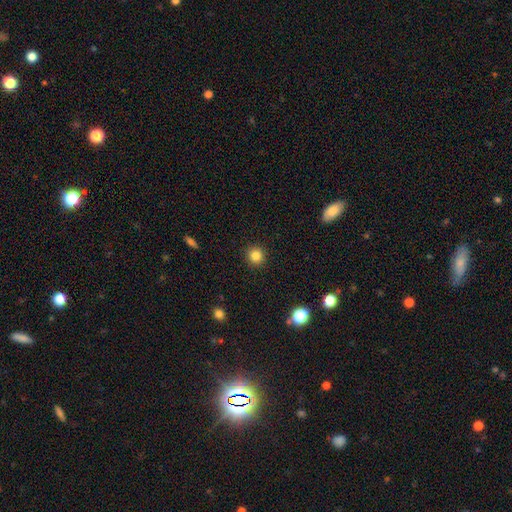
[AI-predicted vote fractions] smooth-or-featured: smooth: 83% | star or artifact: 12% | featured or disk: 5%
  how-rounded: round: 93% | in between: 6% | cigar-shaped: 1%
  merging: none: 92% | minor disturbance: 5% | major disturbance: 2% | merger: 1%